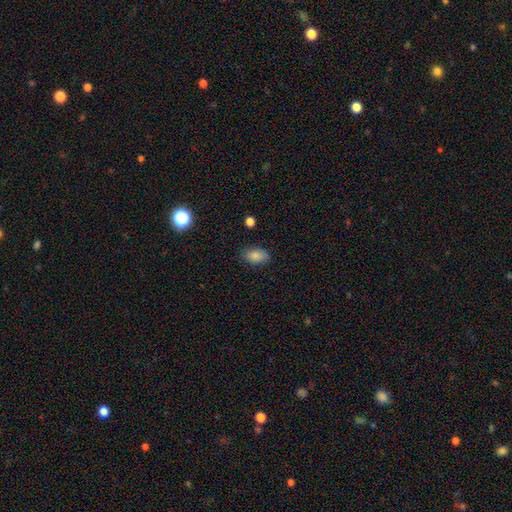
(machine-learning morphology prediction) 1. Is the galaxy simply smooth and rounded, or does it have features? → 83% smooth, 9% star or artifact, 8% featured or disk.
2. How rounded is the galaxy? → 88% in between, 10% round, 1% cigar-shaped.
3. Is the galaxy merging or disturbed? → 82% none, 14% minor disturbance, 3% major disturbance, 1% merger.